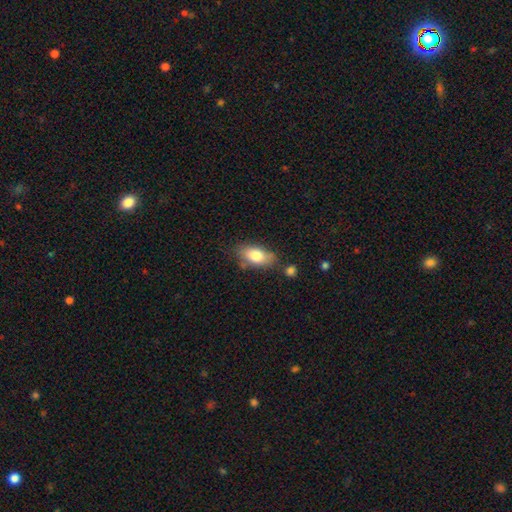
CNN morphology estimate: A smooth galaxy with no disk features (78%) that is in between round and cigar-shaped (88%). Merging: none (68%).